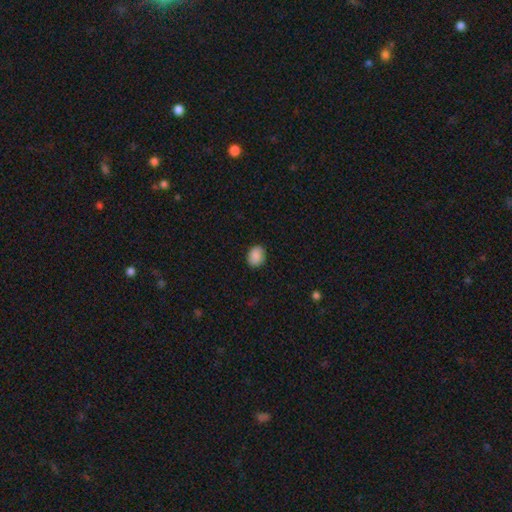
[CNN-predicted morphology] Smooth or featured?
  - smooth: 89% *
  - star or artifact: 8%
  - featured or disk: 4%
How rounded?
  - round: 50% *
  - in between: 49%
  - cigar-shaped: 1%
Merging?
  - none: 88% *
  - minor disturbance: 9%
  - major disturbance: 2%
  - merger: 1%